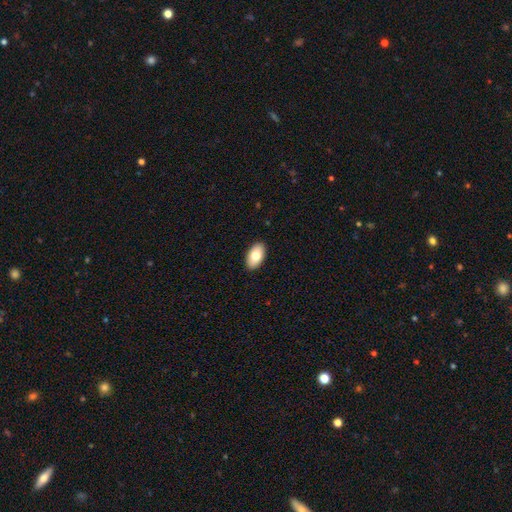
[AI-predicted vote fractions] Smooth or featured? Predicted: smooth (p=0.79). How rounded? Predicted: in between (p=0.95). Merging? Predicted: none (p=0.91).